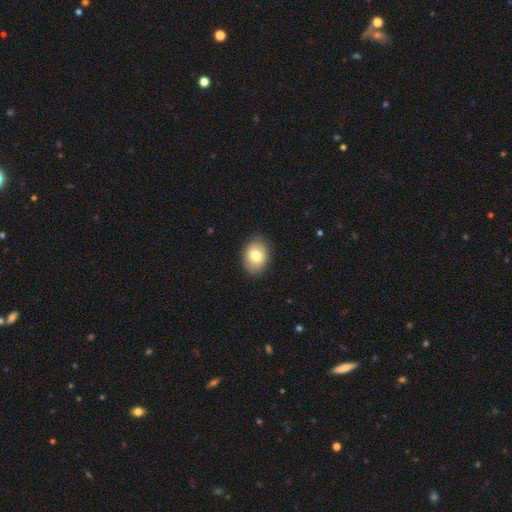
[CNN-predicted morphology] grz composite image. It shows a smooth galaxy with no disk features (79%) that is in between round and cigar-shaped (67%). Merging: none (88%).